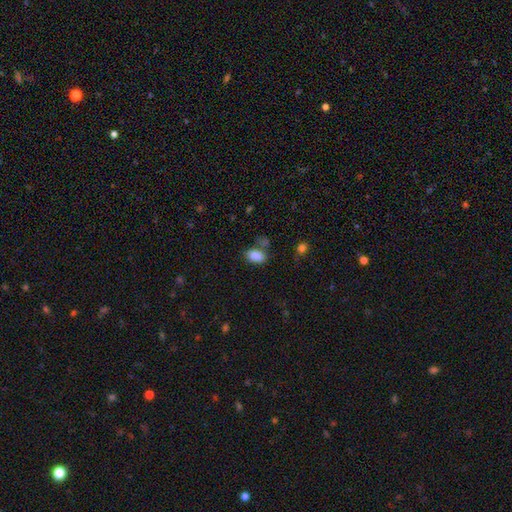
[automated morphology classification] This is clearly a smooth galaxy (86%). How rounded: clearly in between (88%). Merging: likely none (64%).